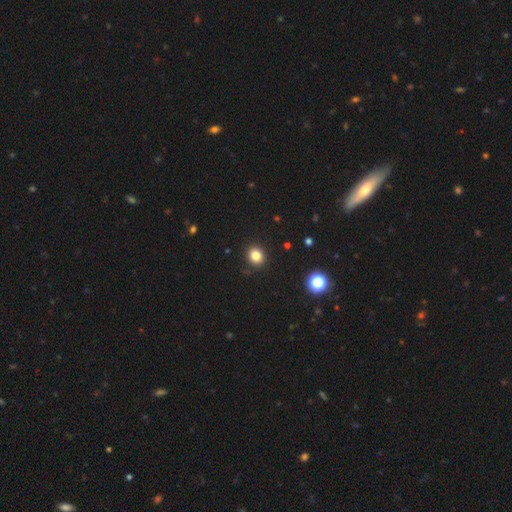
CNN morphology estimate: A smooth galaxy with no disk features (82%) that is round (75%).

Vote fractions:
- Smooth or featured? smooth: 82% / star or artifact: 13% / featured or disk: 5%
- How rounded? round: 75% / in between: 24% / cigar-shaped: 1%
- Merging? none: 90% / minor disturbance: 7% / major disturbance: 2% / merger: 1%